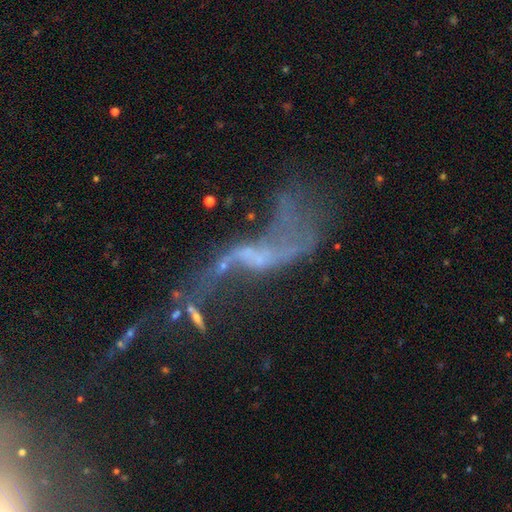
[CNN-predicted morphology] Smooth or featured?
  - featured or disk: 68% *
  - star or artifact: 18%
  - smooth: 14%
Edge-on disk?
  - no: 81% *
  - yes: 19%
Bar?
  - no: 51% *
  - weak: 32%
  - strong: 17%
Spiral arms?
  - yes: 64% *
  - no: 36%
Bulge size?
  - small: 41% *
  - none: 38%
  - moderate: 16%
  - large: 3%
  - dominant: 2%
Merging?
  - none: 35% *
  - major disturbance: 31%
  - merger: 18%
  - minor disturbance: 16%